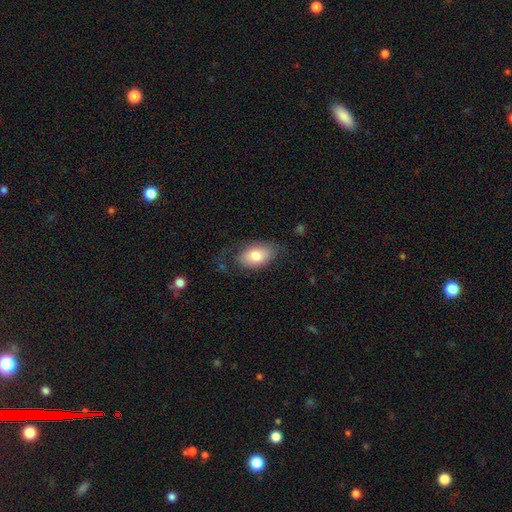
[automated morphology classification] A smooth galaxy with no disk features (76%) that is in between round and cigar-shaped (92%).

Vote fractions:
- Smooth or featured? smooth: 76% / featured or disk: 17% / star or artifact: 7%
- How rounded? in between: 92% / round: 7% / cigar-shaped: 1%
- Merging? none: 65% / minor disturbance: 22% / major disturbance: 11% / merger: 2%